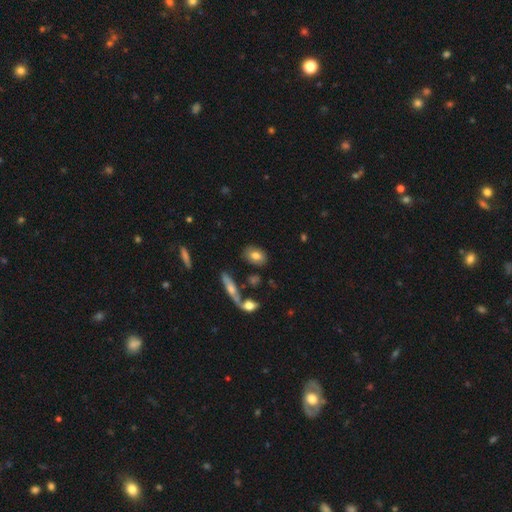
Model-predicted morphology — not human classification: smooth_or_featured: smooth (p=0.75) [alt: featured or disk p=0.17]
how_rounded: in between (p=0.79) [alt: round p=0.18]
merging: none (p=0.77) [alt: minor disturbance p=0.13]